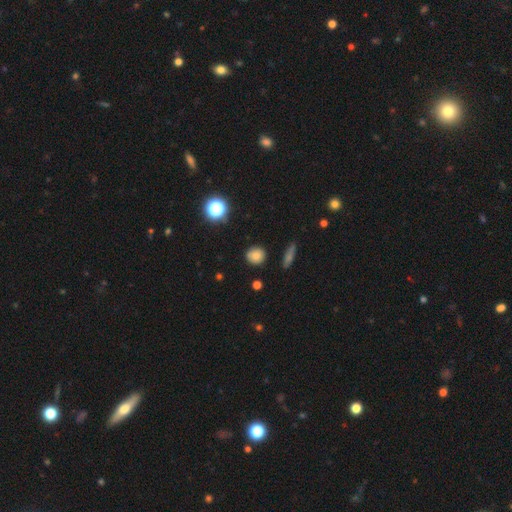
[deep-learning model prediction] This is likely a smooth galaxy (80%). How rounded: clearly round (87%). Merging: clearly none (86%).